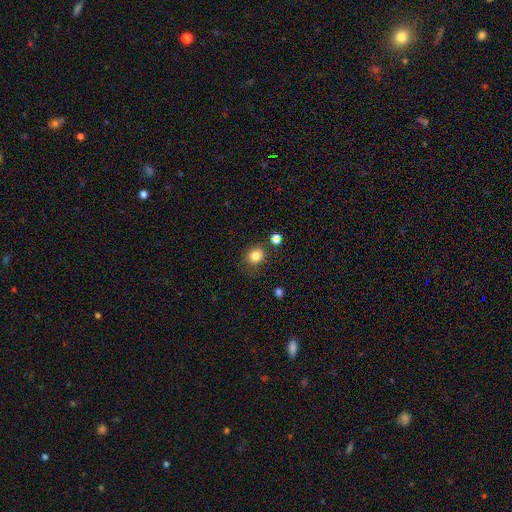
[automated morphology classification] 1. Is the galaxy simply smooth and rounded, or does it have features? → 83% smooth, 11% star or artifact, 6% featured or disk.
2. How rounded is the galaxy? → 66% round, 33% in between, 1% cigar-shaped.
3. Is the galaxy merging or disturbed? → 76% none, 14% minor disturbance, 5% merger, 4% major disturbance.